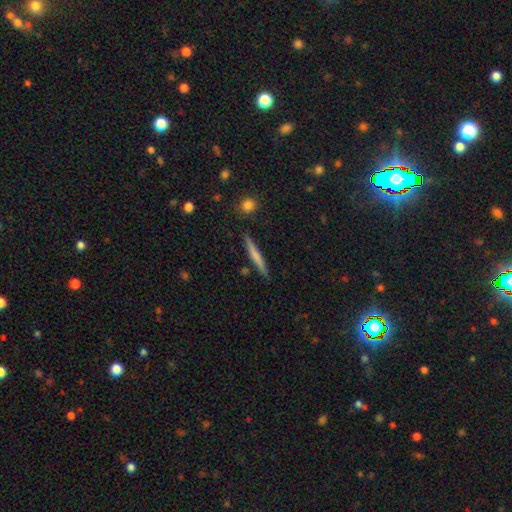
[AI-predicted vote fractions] A smooth galaxy with no disk features (62%) that is cigar-shaped (95%).

Vote fractions:
- Smooth or featured? smooth: 62% / featured or disk: 32% / star or artifact: 6%
- How rounded? cigar-shaped: 95% / in between: 3% / round: 2%
- Merging? none: 89% / minor disturbance: 8% / merger: 2% / major disturbance: 2%